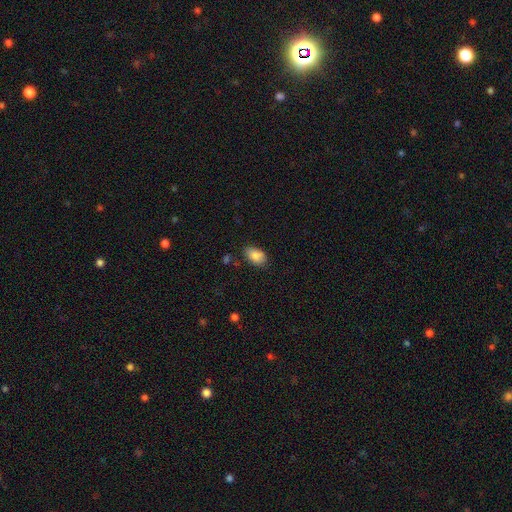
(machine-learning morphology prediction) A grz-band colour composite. It shows a smooth galaxy with no disk features (85%) that is in between round and cigar-shaped (90%). Merging: none (79%).